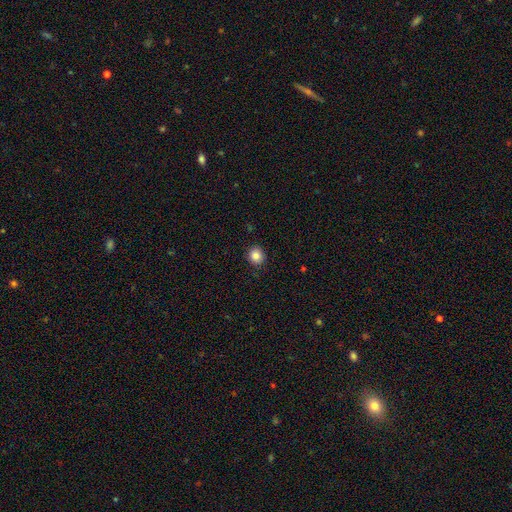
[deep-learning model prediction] Overall: smooth (85%). How rounded: round (83%). Merging: none (90%).